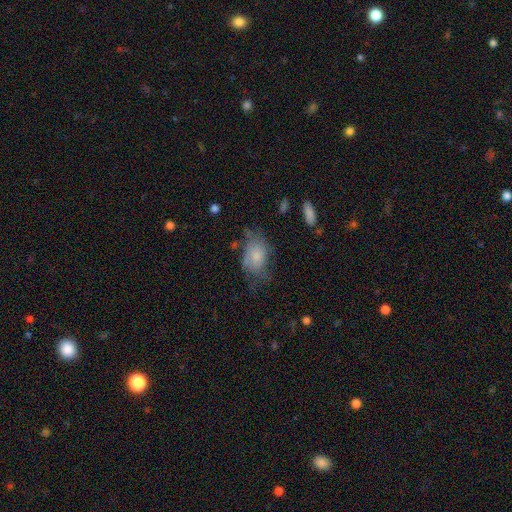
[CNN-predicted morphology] type=smooth (65%); roundness=in between (83%); merging=none (37%).